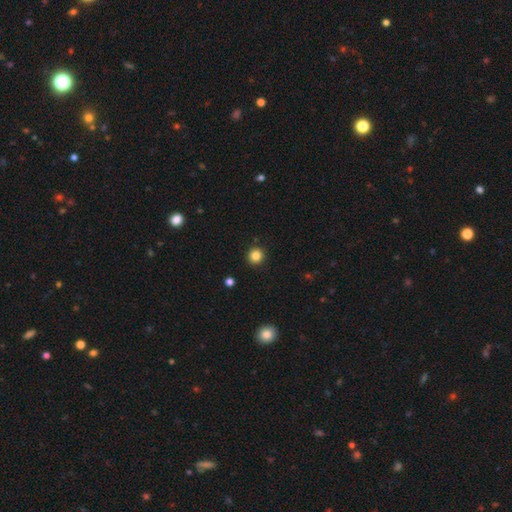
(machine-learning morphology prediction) The model was most divided on "smooth or featured": smooth: 84%, star or artifact: 11%, featured or disk: 4%. More confident: how rounded — round (92%); merging — none (92%).